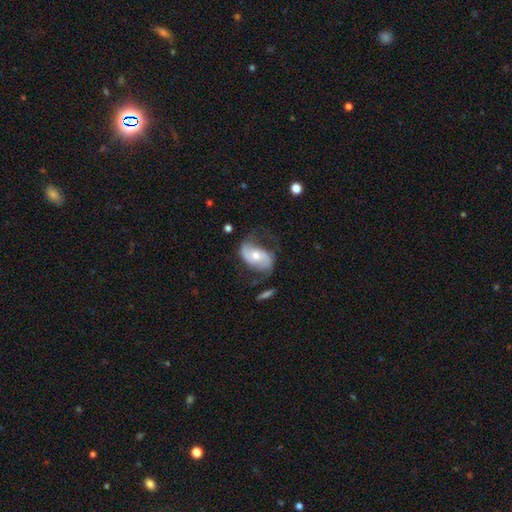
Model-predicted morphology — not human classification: smooth_or_featured: featured or disk (p=0.74) [alt: smooth p=0.19]
disk_edge_on: no (p=0.96) [alt: yes p=0.04]
bar: no (p=0.58) [alt: weak p=0.28]
has_spiral_arms: yes (p=0.89) [alt: no p=0.11]
spiral_winding: loose (p=0.52) [alt: medium p=0.34]
spiral_arm_count: 2 (p=0.86) [alt: can't tell p=0.07]
bulge_size: moderate (p=0.59) [alt: small p=0.36]
merging: none (p=0.54) [alt: minor disturbance p=0.24]